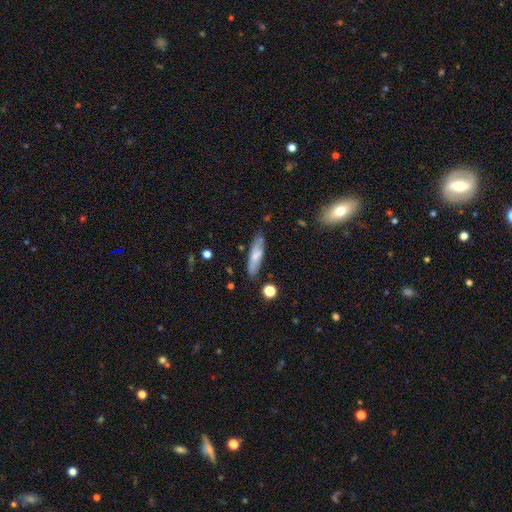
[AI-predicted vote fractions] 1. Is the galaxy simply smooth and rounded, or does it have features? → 69% smooth, 25% featured or disk, 7% star or artifact.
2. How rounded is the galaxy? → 68% cigar-shaped, 30% in between, 2% round.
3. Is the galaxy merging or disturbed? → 79% none, 15% minor disturbance, 3% major disturbance, 3% merger.